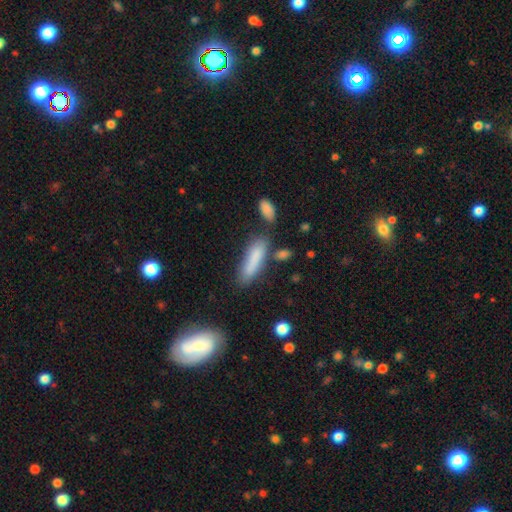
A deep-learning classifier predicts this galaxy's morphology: smooth 80%, featured or disk 12%, star or artifact 8%. Down the decision tree: how rounded — cigar-shaped (65%); merging — none (66%).